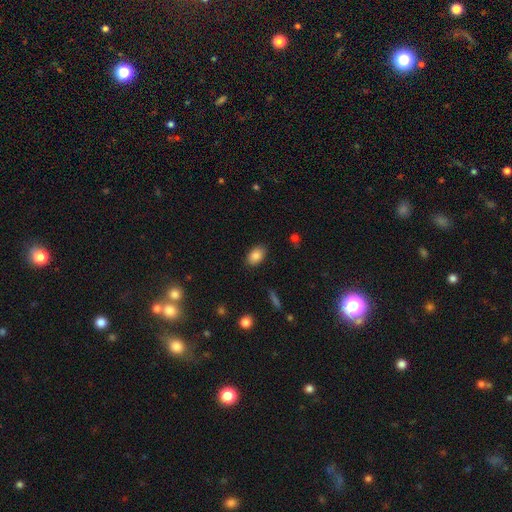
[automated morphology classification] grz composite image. It shows a smooth galaxy with no disk features (85%) that is in between round and cigar-shaped (88%). Merging: none (87%).